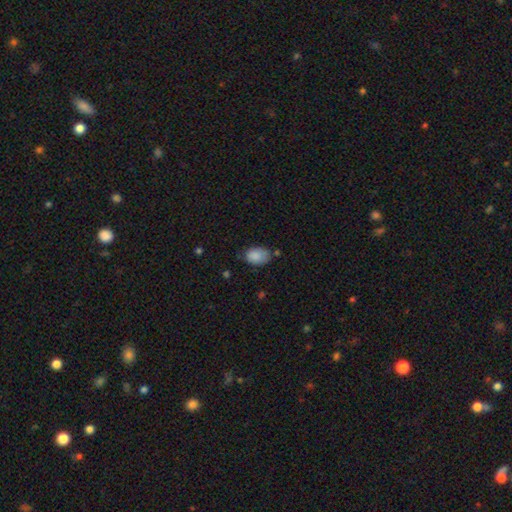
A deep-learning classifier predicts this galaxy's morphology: type=smooth (87%); roundness=in between (84%); merging=none (63%).